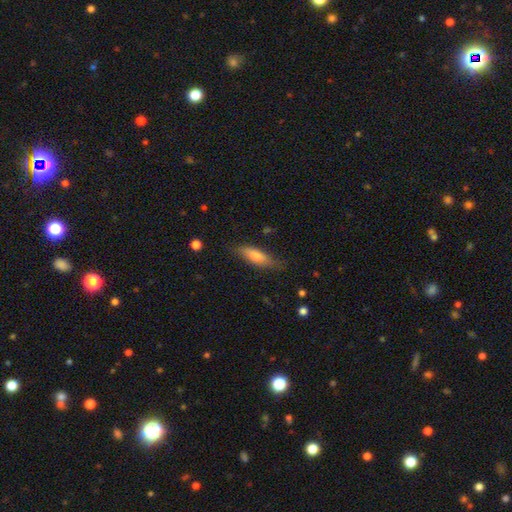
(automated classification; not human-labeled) This is likely a smooth galaxy (72%). How rounded: possibly cigar-shaped (52%). Merging: likely none (73%).